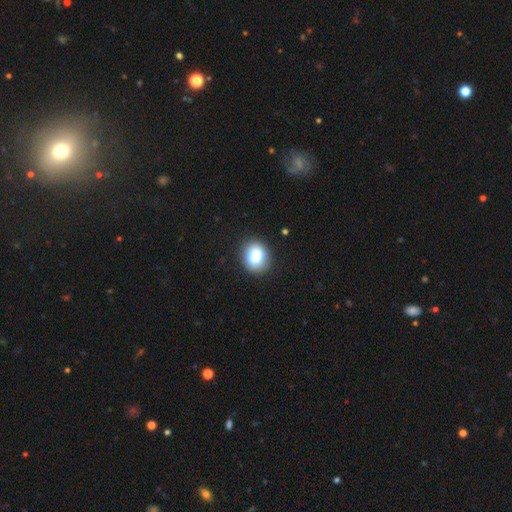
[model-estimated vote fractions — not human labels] Morphology: type=smooth (80%); roundness=round (59%); merging=none (87%).